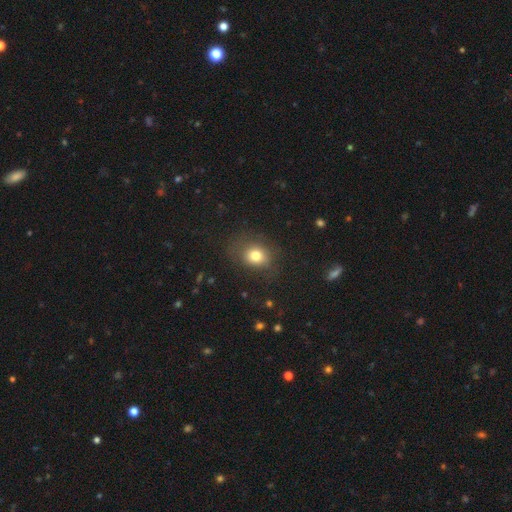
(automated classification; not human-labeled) A smooth galaxy with no disk features (78%) that is round (58%). Merging: none (72%).